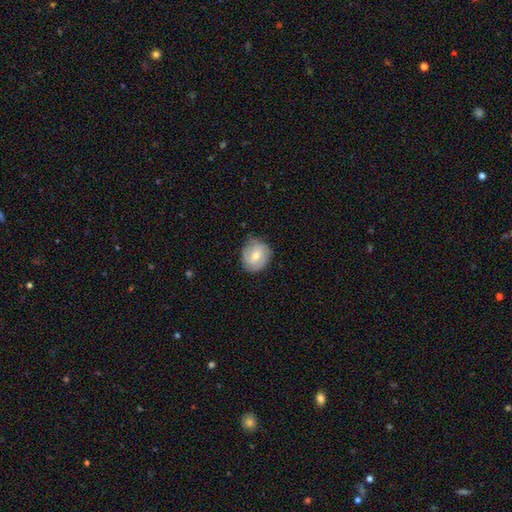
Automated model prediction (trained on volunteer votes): smooth-or-featured: smooth: 58% | featured or disk: 35% | star or artifact: 7%
  how-rounded: round: 72% | in between: 27% | cigar-shaped: 1%
  merging: none: 73% | minor disturbance: 21% | major disturbance: 4% | merger: 1%